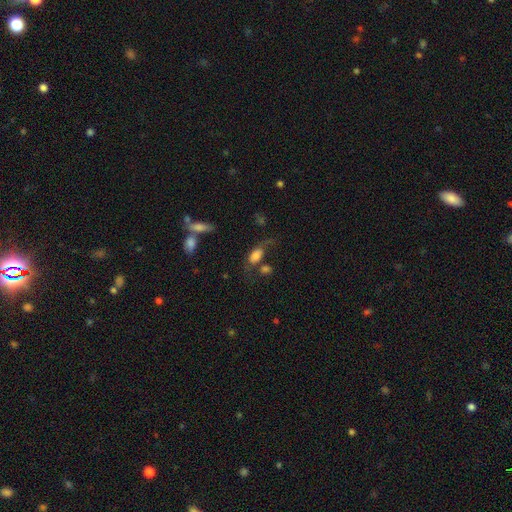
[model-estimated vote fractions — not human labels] Smooth or featured? Predicted: smooth (p=0.73). How rounded? Predicted: in between (p=0.89). Merging? Predicted: none (p=0.34).